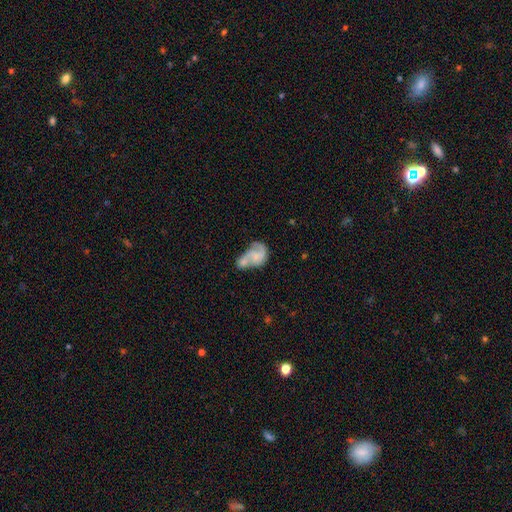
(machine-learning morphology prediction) smooth-or-featured: featured or disk: 54% | smooth: 38% | star or artifact: 8%
  disk-edge-on: no: 97% | yes: 3%
    bar: no: 76% | weak: 20% | strong: 4%
    has-spiral-arms: yes: 68% | no: 32%
    bulge-size: none: 45% | small: 34% | moderate: 16% | large: 4% | dominant: 2%
  merging: merger: 55% | major disturbance: 18% | none: 15% | minor disturbance: 12%